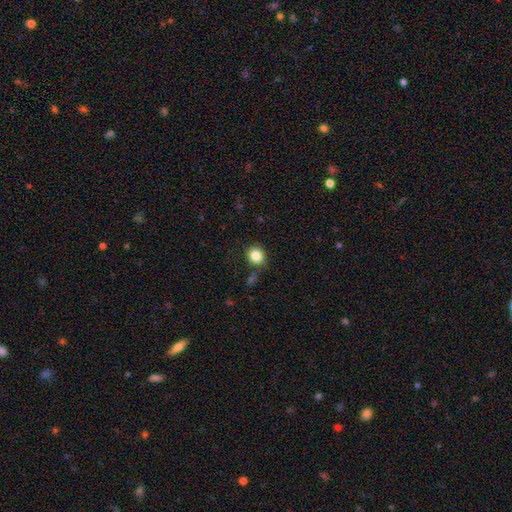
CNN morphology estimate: The model was most divided on "how rounded": round: 76%, in between: 24%, cigar-shaped: 1%. More confident: smooth or featured — smooth (85%); merging — none (82%).